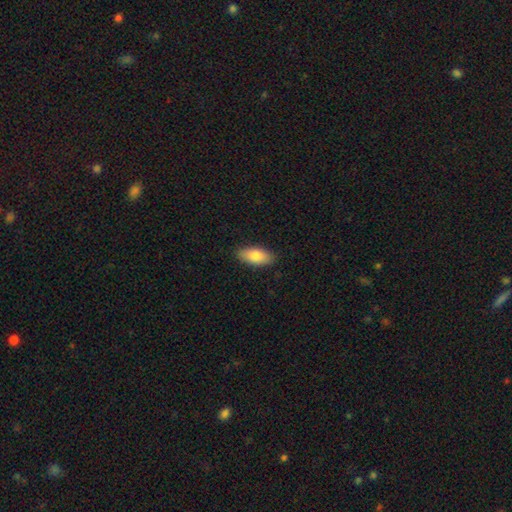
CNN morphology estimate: Overall: smooth (84%). How rounded: in between (88%). Merging: none (88%).